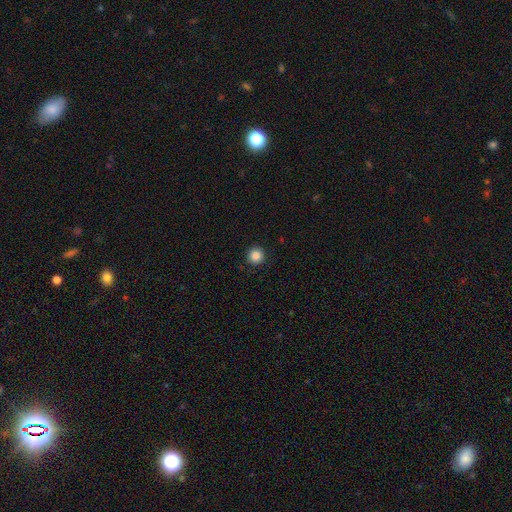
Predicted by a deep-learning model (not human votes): Smooth or featured?
  - smooth: 86% *
  - star or artifact: 10%
  - featured or disk: 4%
How rounded?
  - round: 95% *
  - in between: 4%
  - cigar-shaped: 1%
Merging?
  - none: 92% *
  - minor disturbance: 5%
  - major disturbance: 2%
  - merger: 1%